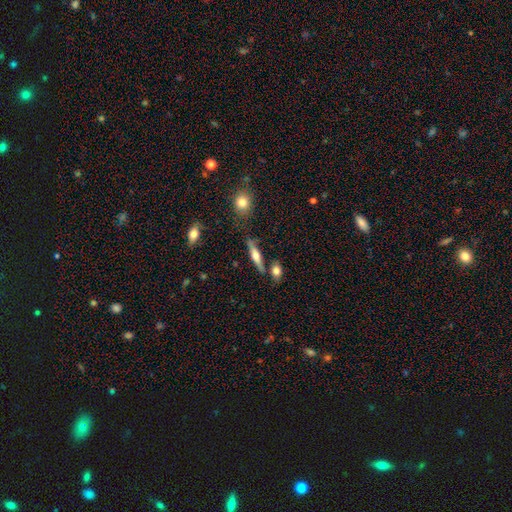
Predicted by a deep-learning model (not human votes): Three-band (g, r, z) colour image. It shows a featured or disk galaxy (54%) viewed edge-on (93%) with a rounded central bulge (91%). Merging: none (73%).